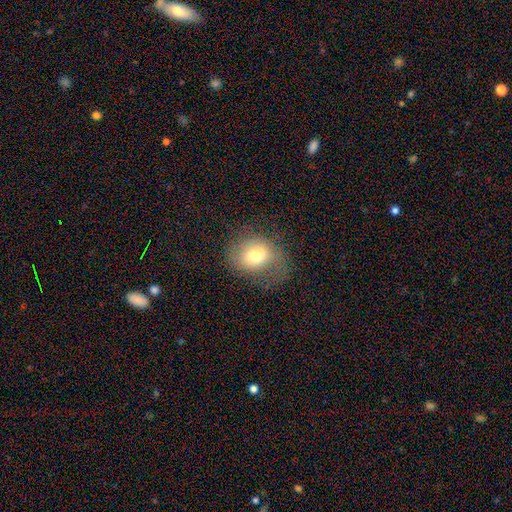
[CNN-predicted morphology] This appears to be a smooth galaxy with no disk features (68%) that is round (53%). Merging: none (55%).